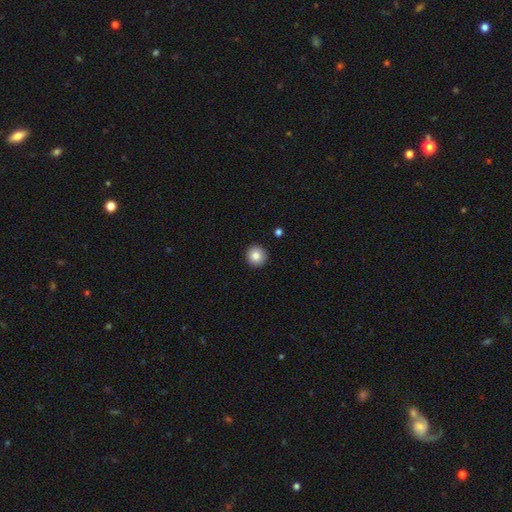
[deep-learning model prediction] Overall: smooth (85%). How rounded: round (95%). Merging: none (92%).